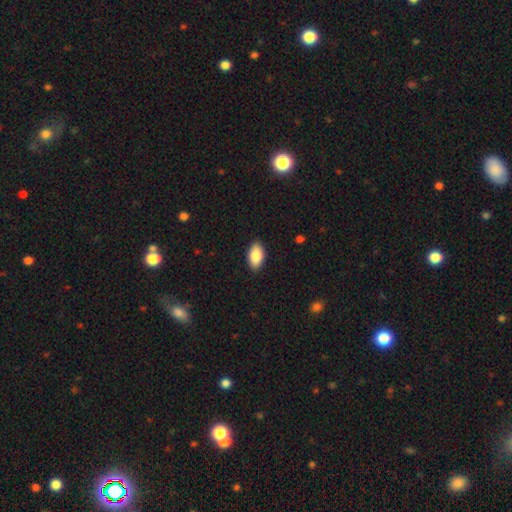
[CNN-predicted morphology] smooth 86%, featured or disk 8%, star or artifact 6%. Down the decision tree: how rounded — in between (94%); merging — none (89%).